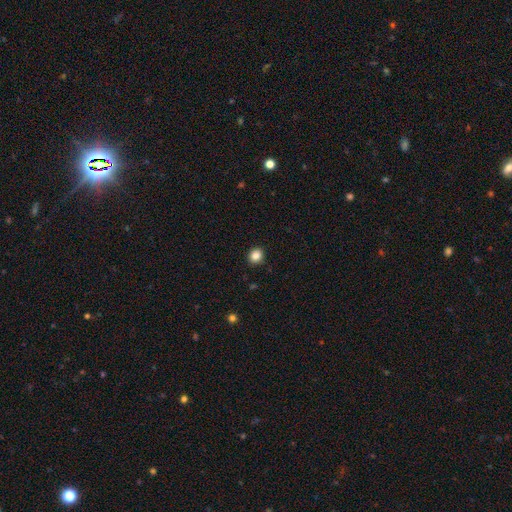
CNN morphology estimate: A smooth galaxy with no disk features (86%) that is round (78%). Merging: none (91%).